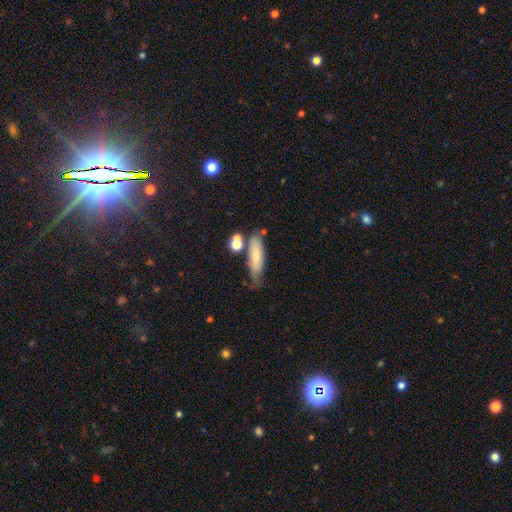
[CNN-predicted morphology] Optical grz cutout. It shows a smooth galaxy with no disk features (71%) that is cigar-shaped (57%). Merging: none (57%).